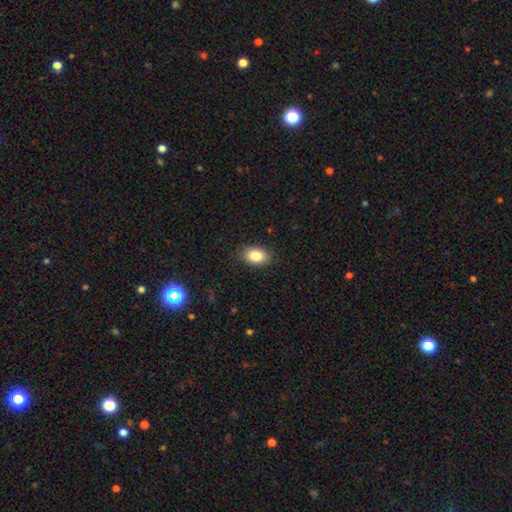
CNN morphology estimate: Smooth or featured?
  - smooth: 84% *
  - star or artifact: 9%
  - featured or disk: 8%
How rounded?
  - in between: 79% *
  - round: 19%
  - cigar-shaped: 1%
Merging?
  - none: 86% *
  - minor disturbance: 11%
  - major disturbance: 2%
  - merger: 1%